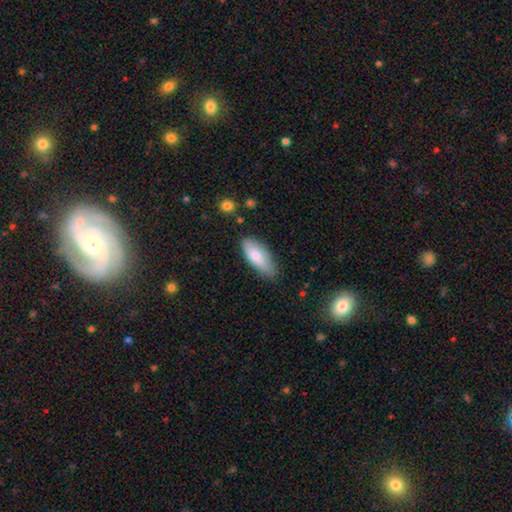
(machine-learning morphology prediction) smooth-or-featured: smooth: 75% | featured or disk: 19% | star or artifact: 6%
  how-rounded: in between: 79% | cigar-shaped: 19% | round: 2%
  merging: none: 66% | minor disturbance: 27% | major disturbance: 5% | merger: 2%